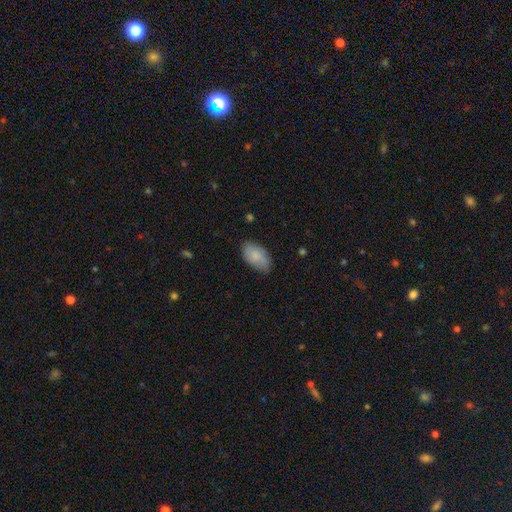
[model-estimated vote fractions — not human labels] This appears to be a smooth galaxy with no disk features (82%) that is in between round and cigar-shaped (94%). Merging: none (72%).